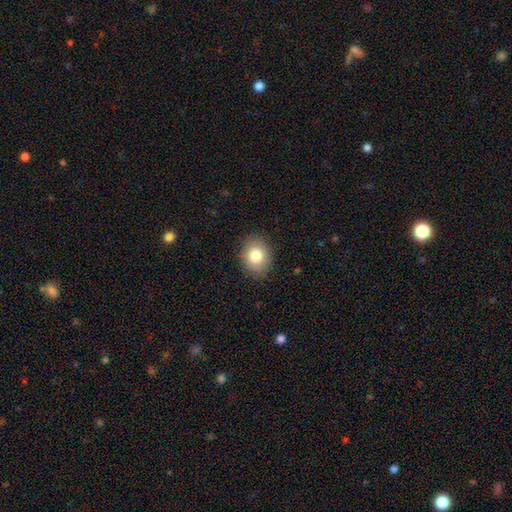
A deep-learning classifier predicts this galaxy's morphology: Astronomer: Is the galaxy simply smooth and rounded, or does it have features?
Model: smooth — 82%.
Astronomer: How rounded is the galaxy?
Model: in between — 52% (runner-up: round, 47%).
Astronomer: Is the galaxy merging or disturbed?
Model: none — 87%.